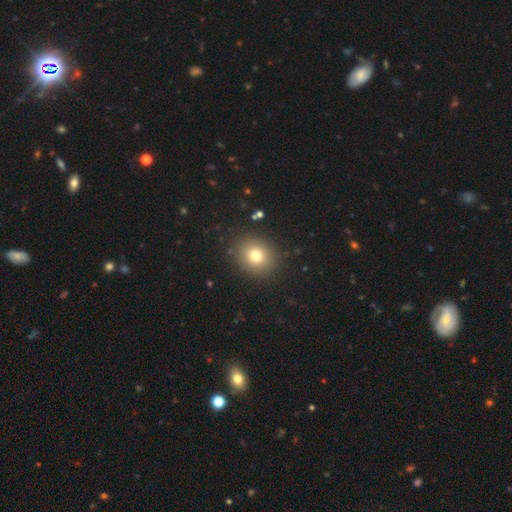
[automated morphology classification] type=smooth (76%); roundness=round (76%); merging=none (88%).